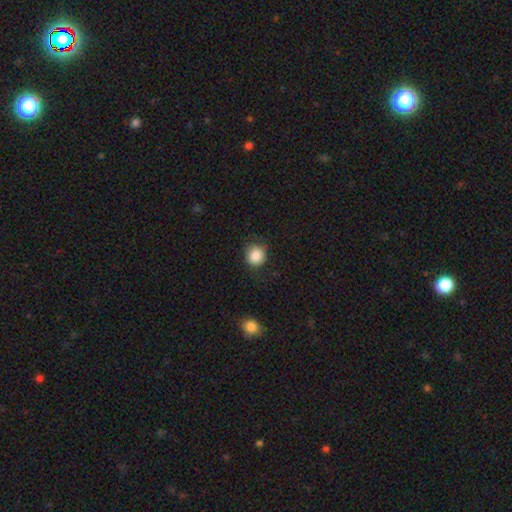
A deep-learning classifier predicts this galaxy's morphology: Overall: smooth (87%). How rounded: round (90%). Merging: none (80%).